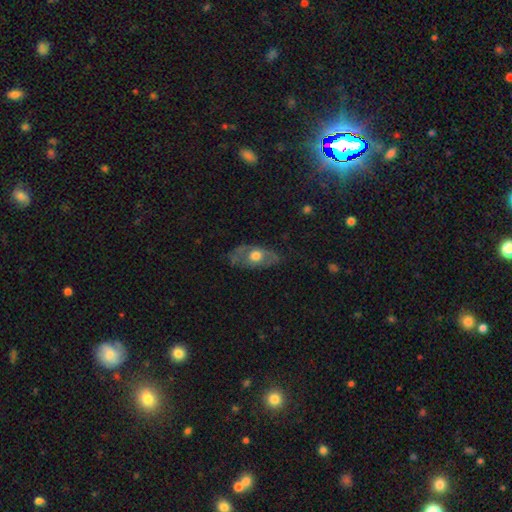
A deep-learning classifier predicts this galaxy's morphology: featured or disk 51%, smooth 42%, star or artifact 7%. Down the decision tree: edge-on disk — no (77%); merging — none (60%).